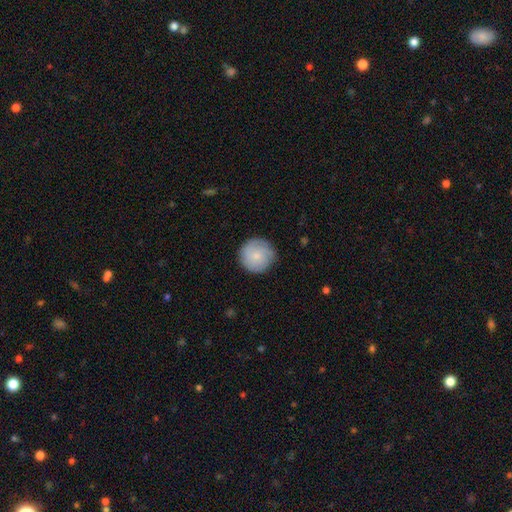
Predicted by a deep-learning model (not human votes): This is likely a smooth galaxy (72%). How rounded: clearly round (95%). Merging: clearly none (83%).